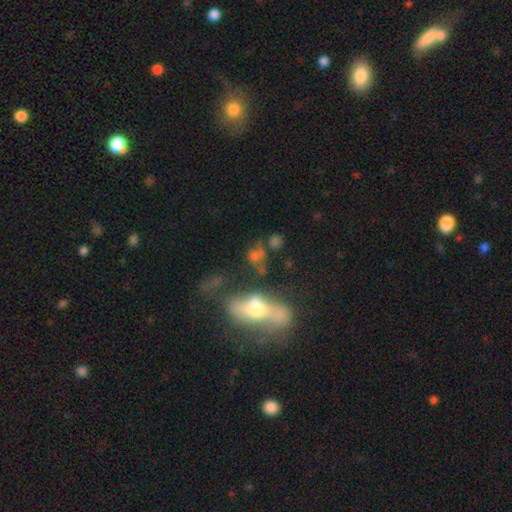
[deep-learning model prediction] A smooth galaxy with no disk features (45%).

Vote fractions:
- Smooth or featured? smooth: 45% / featured or disk: 37% / star or artifact: 18%
- Merging? none: 38% / merger: 28% / major disturbance: 19% / minor disturbance: 15%